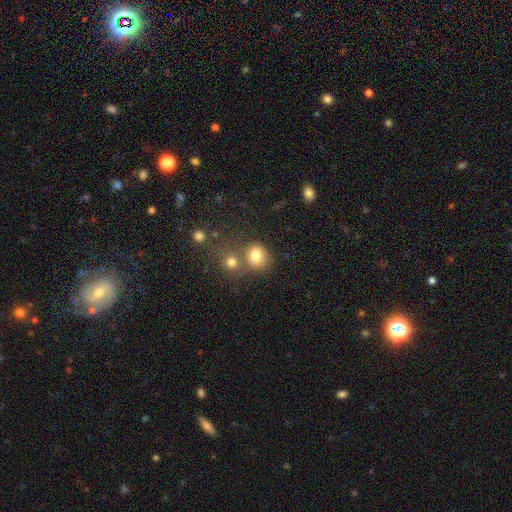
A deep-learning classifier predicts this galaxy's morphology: smooth_or_featured: smooth (p=0.78) [alt: star or artifact p=0.13]
how_rounded: round (p=0.73) [alt: in between p=0.26]
merging: none (p=0.56) [alt: merger p=0.27]